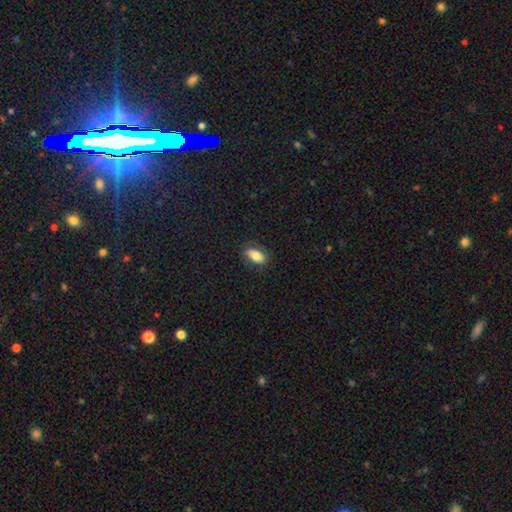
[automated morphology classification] The model was most divided on "smooth or featured": smooth: 80%, featured or disk: 12%, star or artifact: 8%. More confident: how rounded — in between (90%); merging — none (85%).